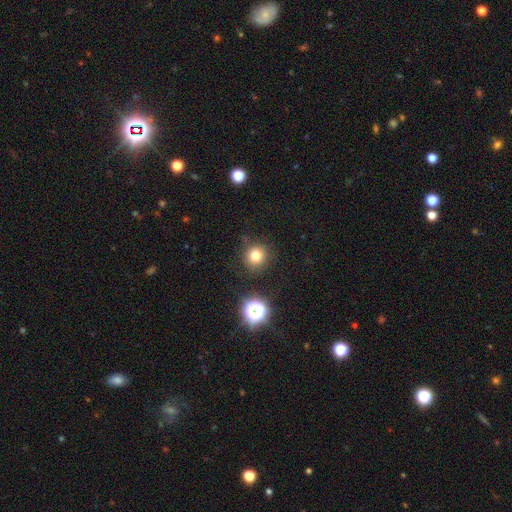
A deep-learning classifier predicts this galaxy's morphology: Smooth or featured? smooth (76%)
How rounded? round (91%)
Merging? none (85%)